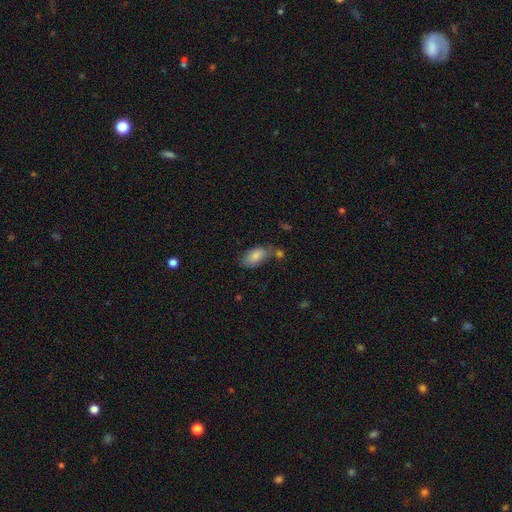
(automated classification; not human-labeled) Overall: smooth (83%). How rounded: in between (93%). Merging: none (57%; minor disturbance 21%).